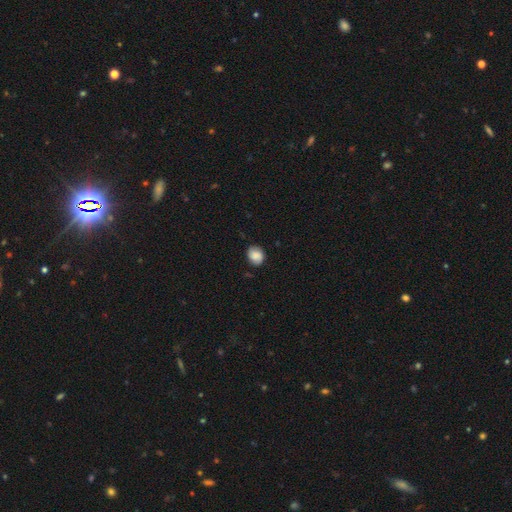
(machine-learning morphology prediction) Smooth or featured? Predicted: smooth (p=0.82). How rounded? Predicted: round (p=0.62). Merging? Predicted: none (p=0.81).